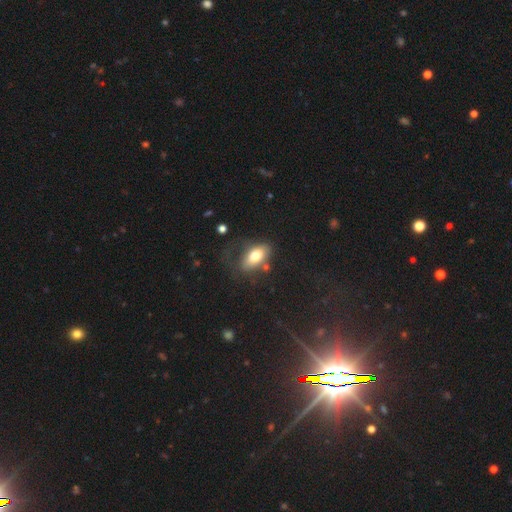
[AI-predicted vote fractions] smooth-or-featured: smooth: 74% | featured or disk: 19% | star or artifact: 8%
  how-rounded: in between: 91% | round: 6% | cigar-shaped: 4%
  merging: none: 48% | minor disturbance: 24% | major disturbance: 22% | merger: 6%